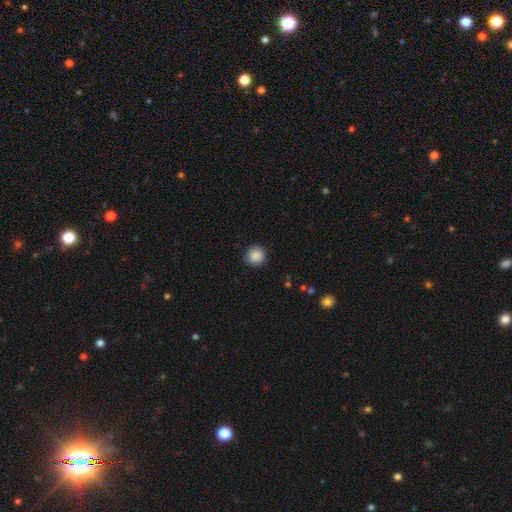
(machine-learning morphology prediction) Overall: smooth (88%). How rounded: round (93%). Merging: none (89%).